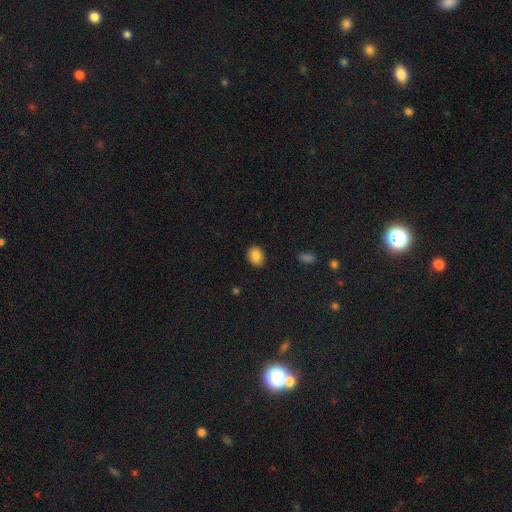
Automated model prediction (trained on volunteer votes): The model was most divided on "how rounded": round: 51%, in between: 48%, cigar-shaped: 1%. More confident: merging — none (90%); smooth or featured — smooth (86%).